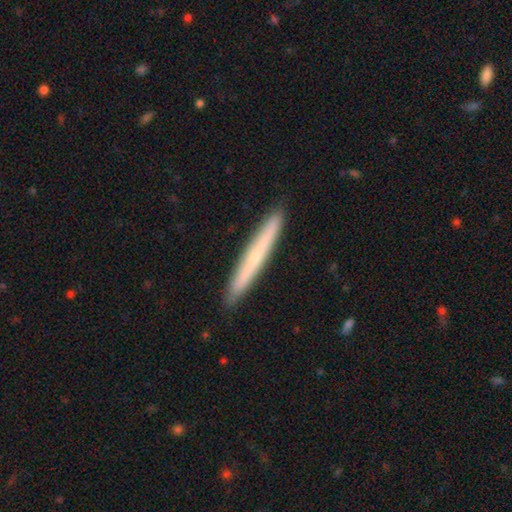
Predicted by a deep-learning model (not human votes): Overall: smooth (54%; featured or disk 40%). How rounded: cigar-shaped (97%). Merging: none (92%).